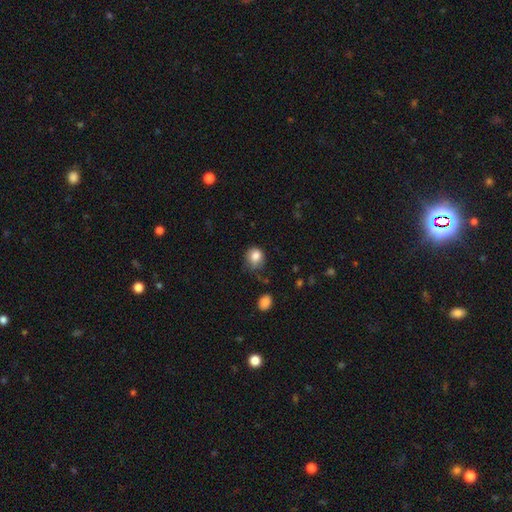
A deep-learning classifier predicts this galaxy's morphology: Smooth or featured? smooth (83%)
How rounded? round (67%)
Merging? none (52%)